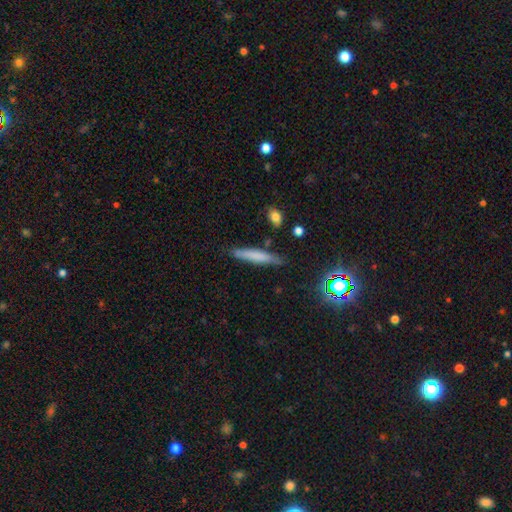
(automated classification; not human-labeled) smooth-or-featured: smooth: 67% | featured or disk: 23% | star or artifact: 10%
  how-rounded: cigar-shaped: 90% | in between: 8% | round: 2%
  merging: none: 81% | minor disturbance: 14% | merger: 3% | major disturbance: 3%